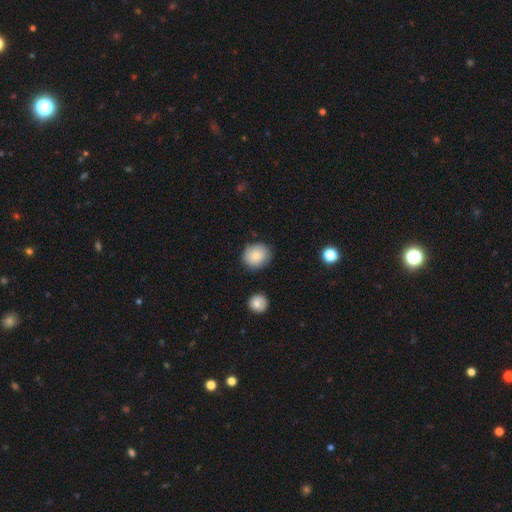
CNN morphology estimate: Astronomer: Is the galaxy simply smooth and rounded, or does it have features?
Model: smooth — 84%.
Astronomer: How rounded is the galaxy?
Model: round — 83%.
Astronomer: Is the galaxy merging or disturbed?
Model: none — 84%.